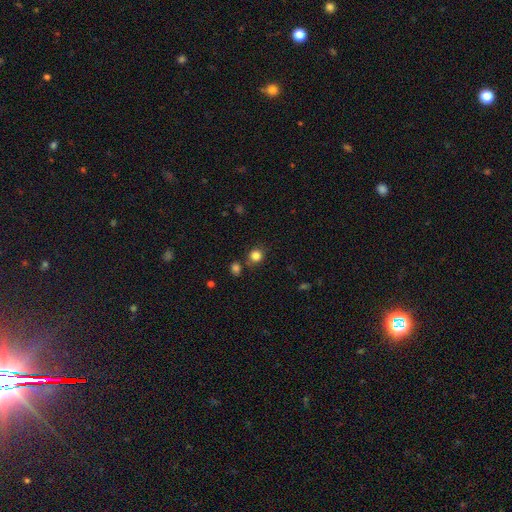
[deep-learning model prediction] Q: Smooth or featured?
A: smooth (83%); runner-up: star or artifact (12%)
Q: How rounded?
A: round (84%); runner-up: in between (15%)
Q: Merging?
A: none (77%); runner-up: merger (10%)